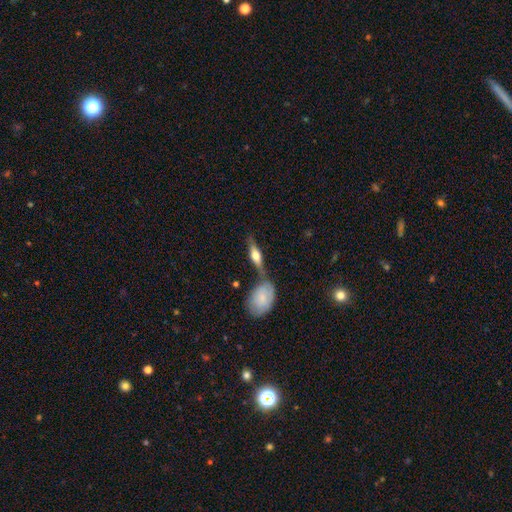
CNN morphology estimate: The model was most divided on "smooth or featured": featured or disk: 54%, smooth: 40%, star or artifact: 6%. More confident: edge-on disk — yes (91%); merging — none (63%).